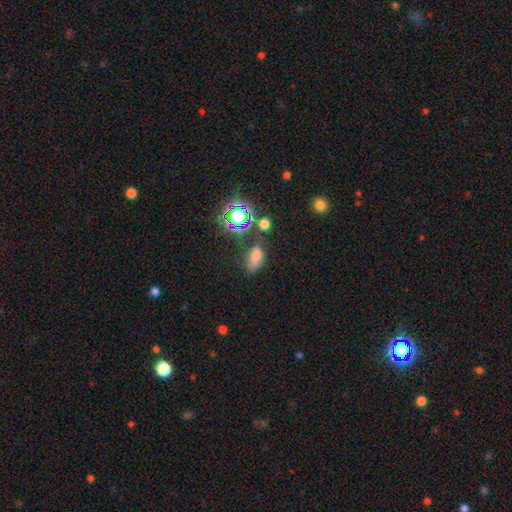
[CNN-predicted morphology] This appears to be a smooth galaxy with no disk features (67%) that is in between round and cigar-shaped (80%). Merging: none (57%).